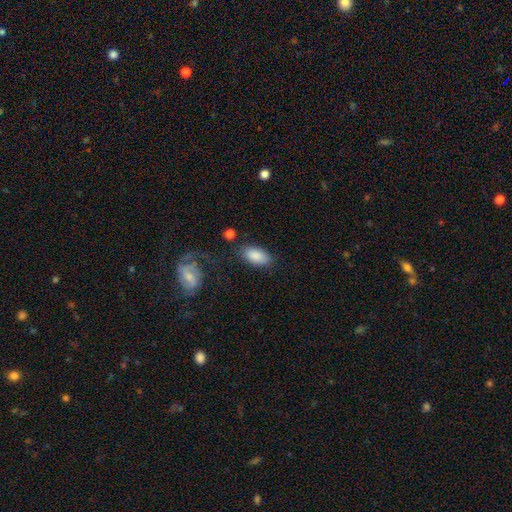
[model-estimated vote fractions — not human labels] This is clearly a smooth galaxy (87%). How rounded: clearly in between (93%). Merging: likely none (79%).